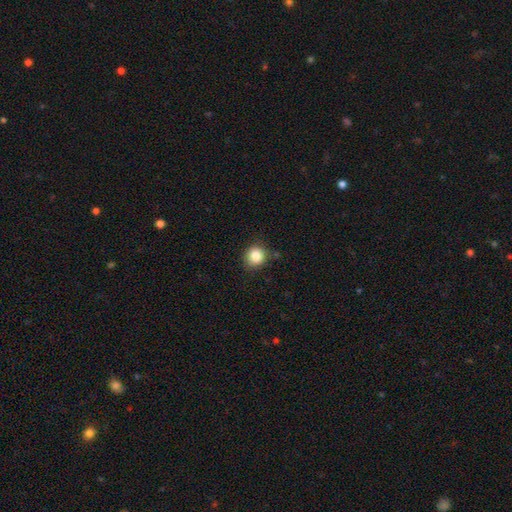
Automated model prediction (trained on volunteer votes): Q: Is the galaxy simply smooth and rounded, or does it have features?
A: smooth — 85%.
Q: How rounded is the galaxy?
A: round — 84%.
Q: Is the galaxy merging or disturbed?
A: none — 81%.